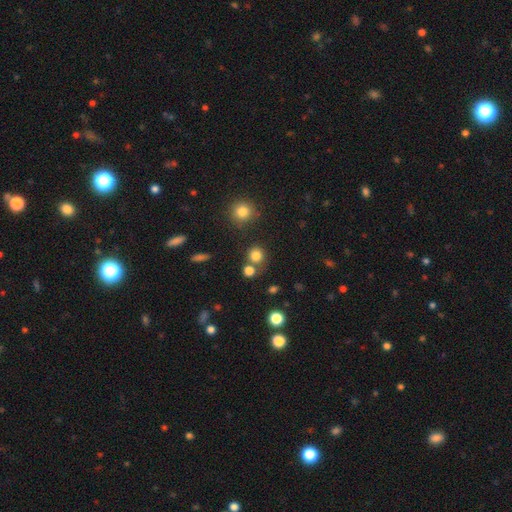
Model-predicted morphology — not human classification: The model was most divided on "merging": none: 71%, merger: 17%, minor disturbance: 8%, major disturbance: 3%. More confident: how rounded — round (89%); smooth or featured — smooth (80%).